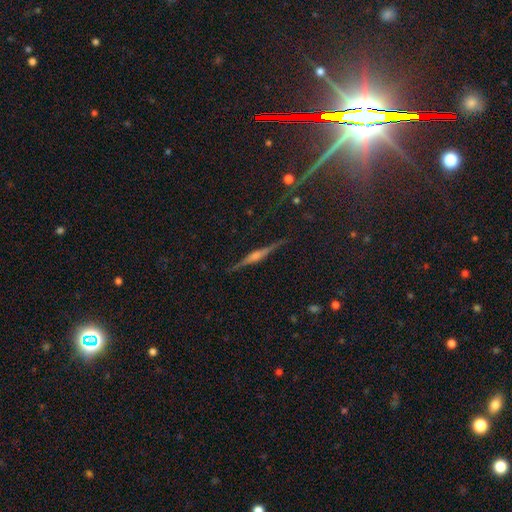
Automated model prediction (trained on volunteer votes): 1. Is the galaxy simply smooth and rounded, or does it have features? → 66% featured or disk, 22% star or artifact, 12% smooth.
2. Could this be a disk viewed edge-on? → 93% yes, 7% no.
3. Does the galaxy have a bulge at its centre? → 79% rounded, 10% boxy, 10% none.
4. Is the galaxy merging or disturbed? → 83% none, 11% minor disturbance, 4% major disturbance, 2% merger.